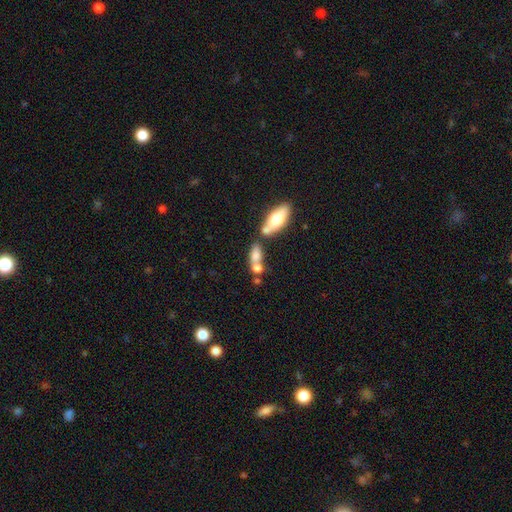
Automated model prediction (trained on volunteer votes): Morphology: type=smooth (72%); roundness=in between (70%); merging=merger (54%).